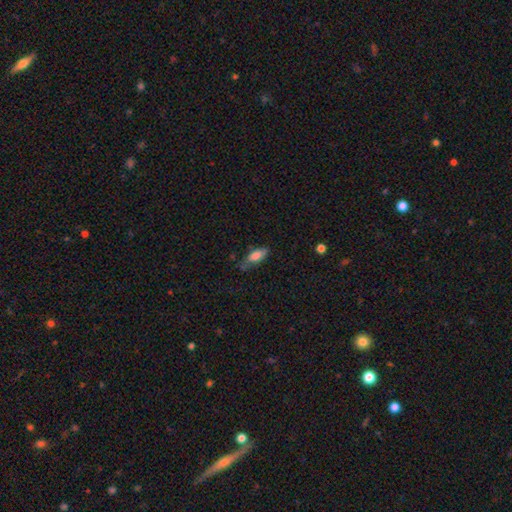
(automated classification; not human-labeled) Overall: smooth (77%). How rounded: in between (69%). Merging: none (57%; minor disturbance 30%).